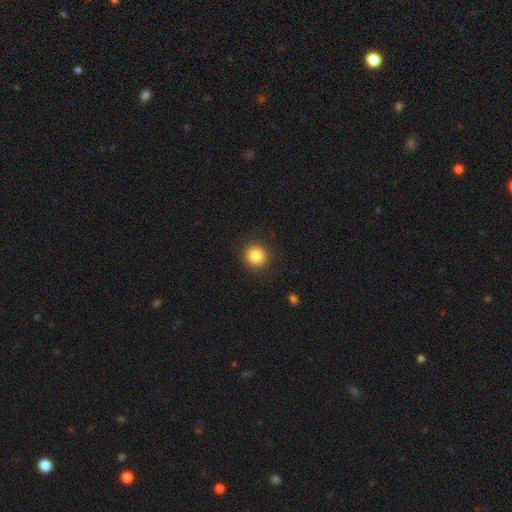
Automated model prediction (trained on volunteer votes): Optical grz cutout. It shows a smooth galaxy with no disk features (85%) that is round (91%). Merging: none (90%).